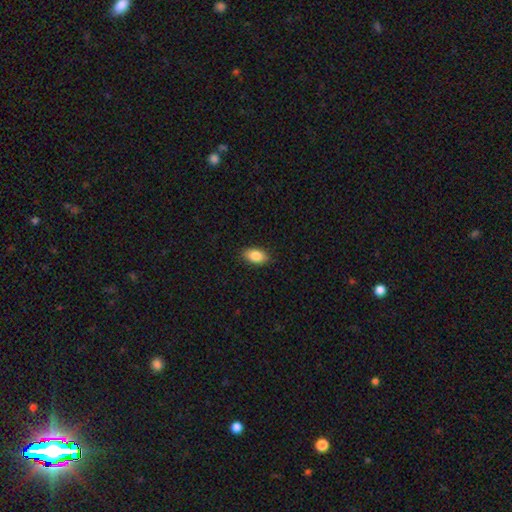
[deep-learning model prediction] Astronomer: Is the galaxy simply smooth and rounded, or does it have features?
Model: smooth — 86%.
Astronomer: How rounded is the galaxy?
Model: in between — 92%.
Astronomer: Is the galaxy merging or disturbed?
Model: none — 89%.